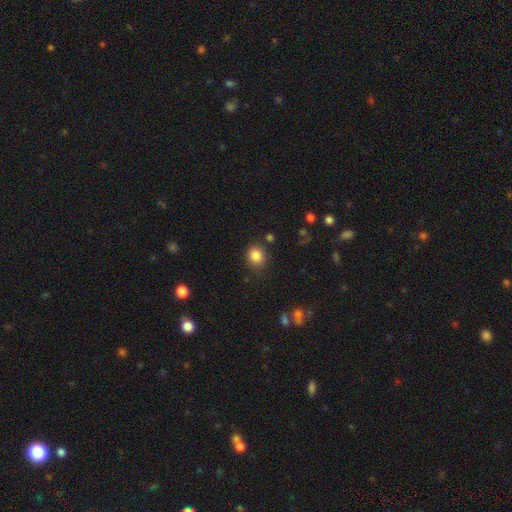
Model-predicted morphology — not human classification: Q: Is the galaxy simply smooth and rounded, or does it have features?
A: smooth — 85%.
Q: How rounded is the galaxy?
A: round — 79%.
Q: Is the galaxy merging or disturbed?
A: none — 81%.